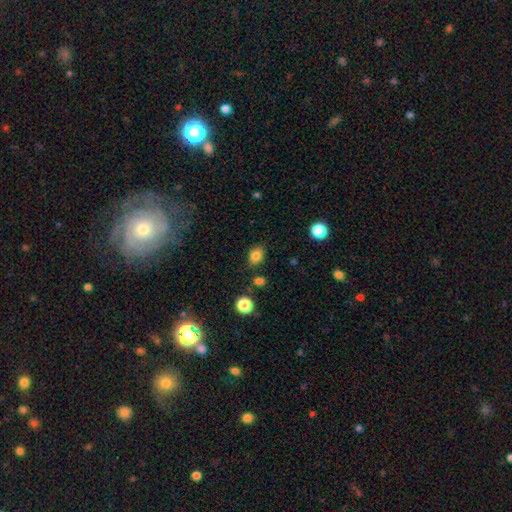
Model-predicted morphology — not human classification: smooth 82%, star or artifact 11%, featured or disk 6%. Down the decision tree: how rounded — in between (57%); merging — none (81%).